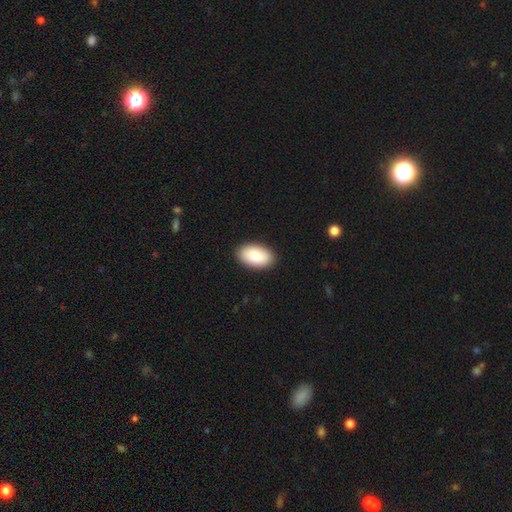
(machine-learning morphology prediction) This appears to be a smooth galaxy with no disk features (86%) that is in between round and cigar-shaped (95%). Merging: none (90%).